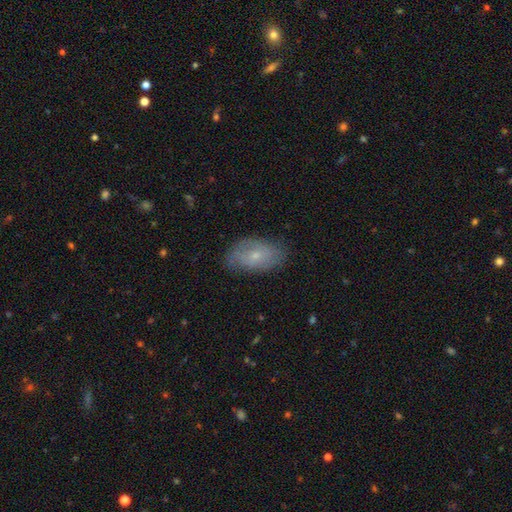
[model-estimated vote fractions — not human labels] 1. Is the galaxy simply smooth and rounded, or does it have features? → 51% smooth, 41% featured or disk, 8% star or artifact.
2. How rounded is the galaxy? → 91% in between, 6% round, 3% cigar-shaped.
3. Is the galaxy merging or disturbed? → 74% none, 20% minor disturbance, 5% major disturbance, 1% merger.